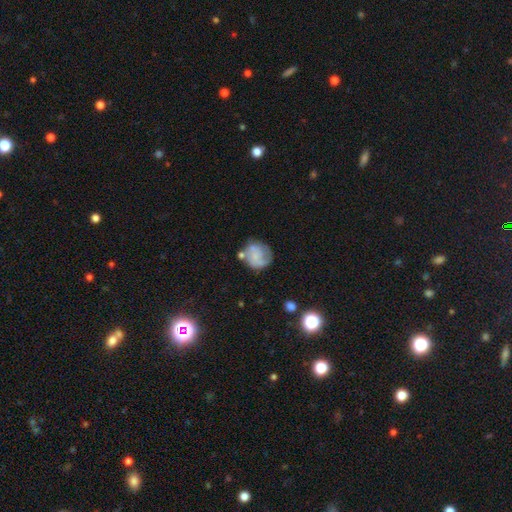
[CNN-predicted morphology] Smooth or featured? Predicted: featured or disk (p=0.47). Merging? Predicted: none (p=0.54).